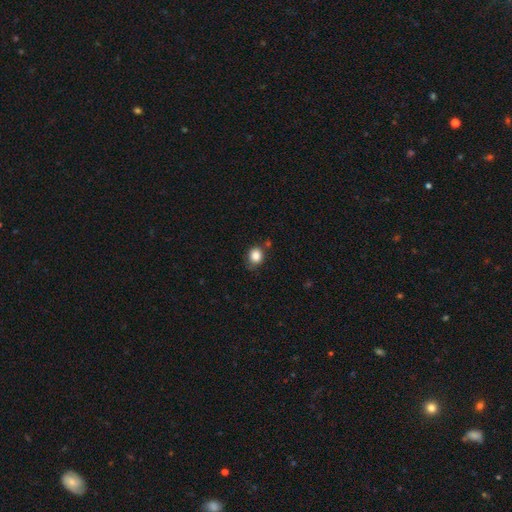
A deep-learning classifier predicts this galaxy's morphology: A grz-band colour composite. It shows a smooth galaxy with no disk features (86%) that is round (71%). Merging: none (72%).